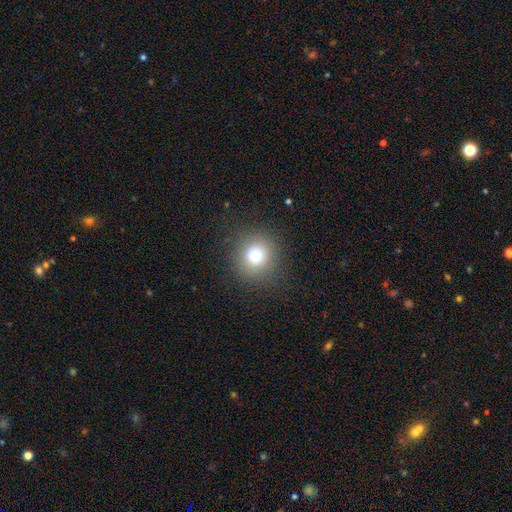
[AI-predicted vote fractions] Morphology: type=smooth (81%); roundness=round (89%); merging=none (84%).